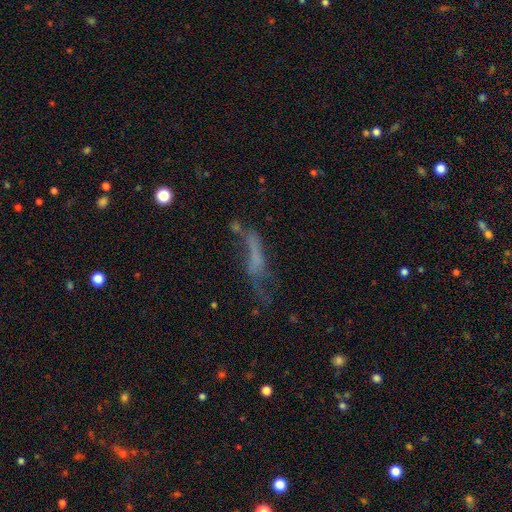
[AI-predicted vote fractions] Q: Smooth or featured?
A: featured or disk (44%); runner-up: smooth (36%)
Q: Merging?
A: none (35%); runner-up: major disturbance (33%)